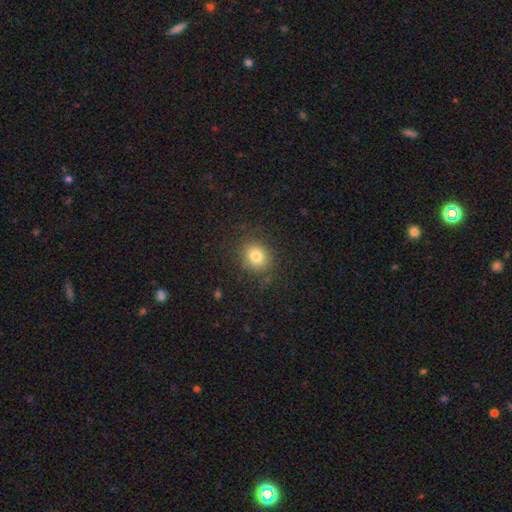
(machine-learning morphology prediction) Overall: smooth (79%). How rounded: round (70%). Merging: none (84%).